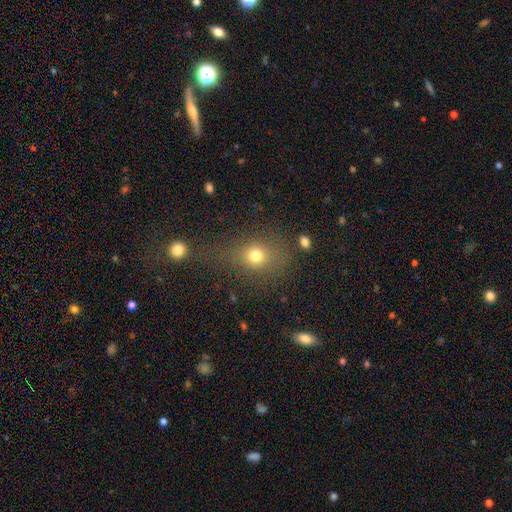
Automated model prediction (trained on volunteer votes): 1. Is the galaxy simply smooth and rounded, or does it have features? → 72% smooth, 17% star or artifact, 11% featured or disk.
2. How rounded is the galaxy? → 61% round, 37% in between, 3% cigar-shaped.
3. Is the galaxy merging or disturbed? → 59% none, 16% minor disturbance, 15% major disturbance, 10% merger.